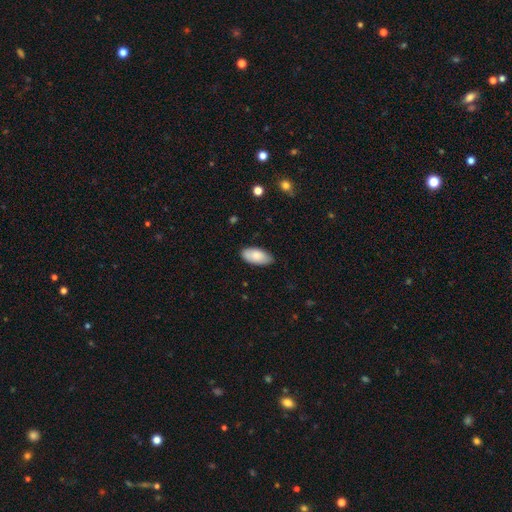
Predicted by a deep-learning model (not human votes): A smooth galaxy with no disk features (84%) that is in between round and cigar-shaped (94%).

Vote fractions:
- Smooth or featured? smooth: 84% / featured or disk: 10% / star or artifact: 6%
- How rounded? in between: 94% / cigar-shaped: 5% / round: 2%
- Merging? none: 83% / minor disturbance: 14% / major disturbance: 2% / merger: 1%